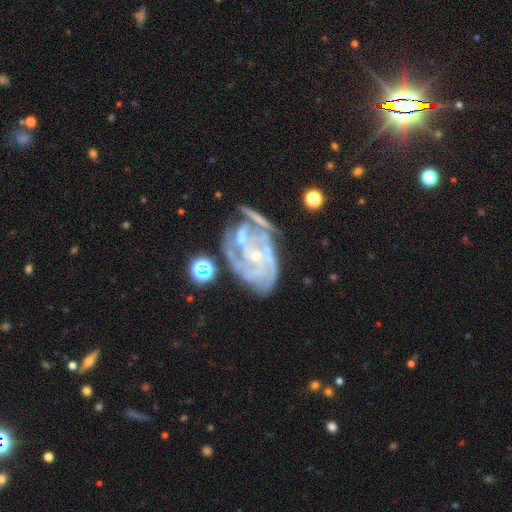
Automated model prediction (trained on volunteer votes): This appears to be a featured or disk galaxy (86%) with no bar (68%), 3 (25%) tight (63%) spiral arms (95%) and a small central bulge (75%). Merging: none (46%).